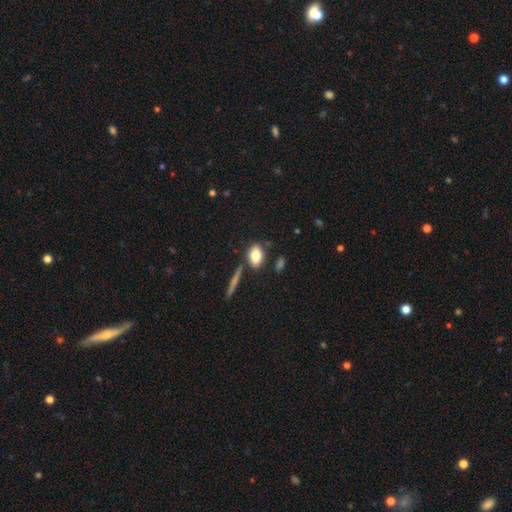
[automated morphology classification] Smooth or featured? smooth (81%)
How rounded? in between (82%)
Merging? none (73%)